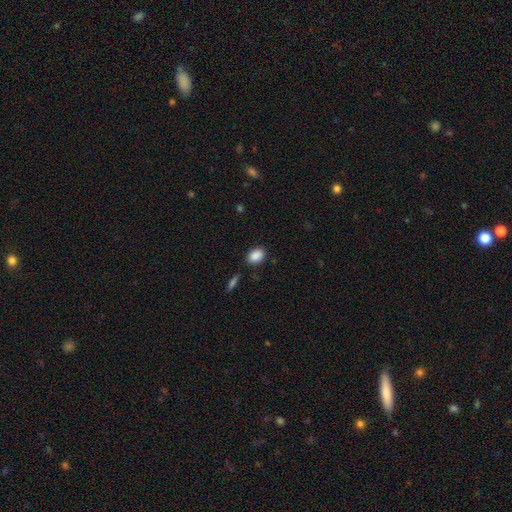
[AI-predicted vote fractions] Morphology: type=smooth (88%); roundness=in between (75%); merging=none (83%).